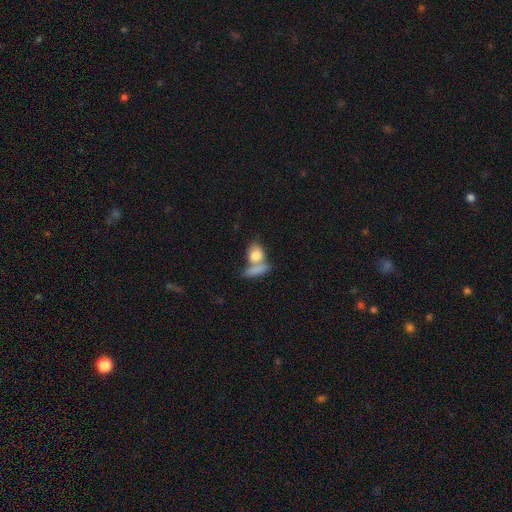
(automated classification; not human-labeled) This is clearly a smooth galaxy (80%). How rounded: likely in between (62%). Merging: possibly merger (49%).